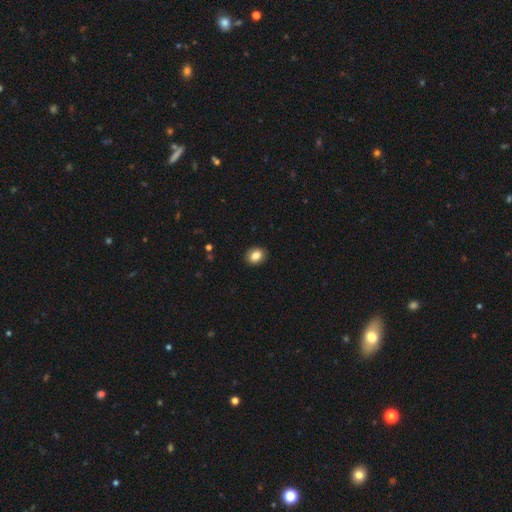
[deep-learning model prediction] Smooth or featured: smooth — 84% (star or artifact — 9%)
How rounded: in between — 57% (round — 42%)
Merging: none — 90% (minor disturbance — 7%)